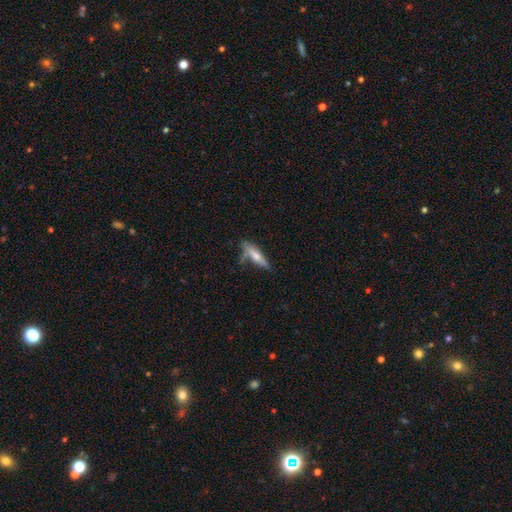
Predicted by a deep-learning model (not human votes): This is possibly a smooth galaxy (54%). How rounded: likely cigar-shaped (73%). Merging: likely none (61%).